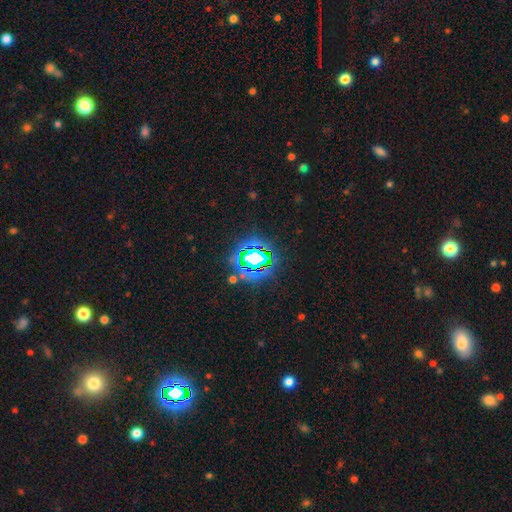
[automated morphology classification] The model was most divided on "smooth or featured": star or artifact: 76%, smooth: 15%, featured or disk: 9%.